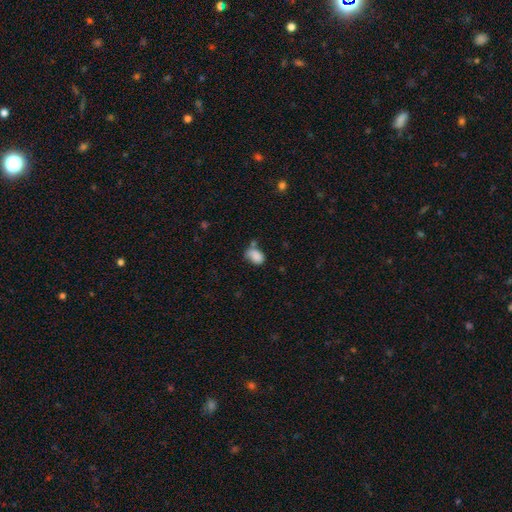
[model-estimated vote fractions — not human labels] The model was most divided on "merging": none: 45%, minor disturbance: 27%, merger: 16%, major disturbance: 11%. More confident: smooth or featured — smooth (84%); how rounded — in between (81%).